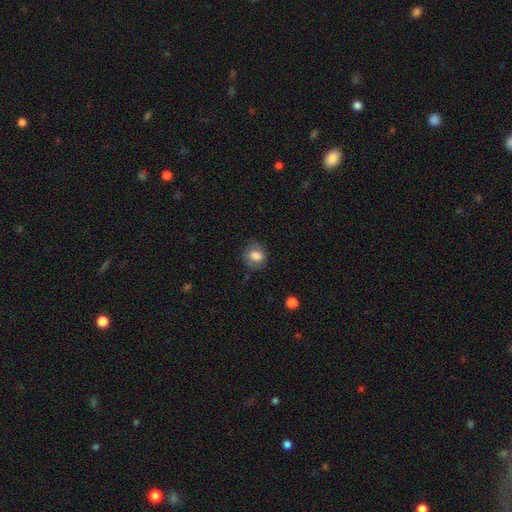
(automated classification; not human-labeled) A smooth galaxy with no disk features (79%) that is round (57%).

Vote fractions:
- Smooth or featured? smooth: 79% / featured or disk: 12% / star or artifact: 9%
- How rounded? round: 57% / in between: 42% / cigar-shaped: 1%
- Merging? none: 72% / minor disturbance: 20% / major disturbance: 7% / merger: 1%